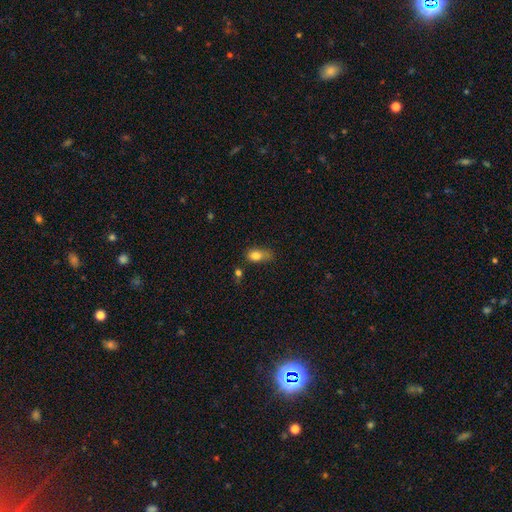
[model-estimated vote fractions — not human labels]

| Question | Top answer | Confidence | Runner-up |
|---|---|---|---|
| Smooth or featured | smooth | 79% | star or artifact (10%) |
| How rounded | in between | 76% | round (18%) |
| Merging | minor disturbance | 36% | none (32%) |